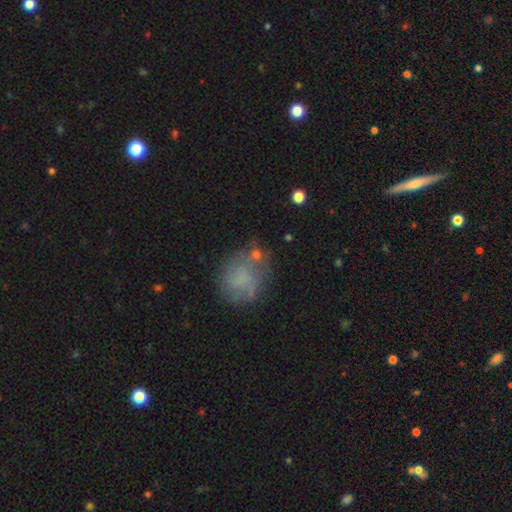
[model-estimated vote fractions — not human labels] Smooth or featured? Predicted: smooth (p=0.59). How rounded? Predicted: round (p=0.65). Merging? Predicted: none (p=0.55).